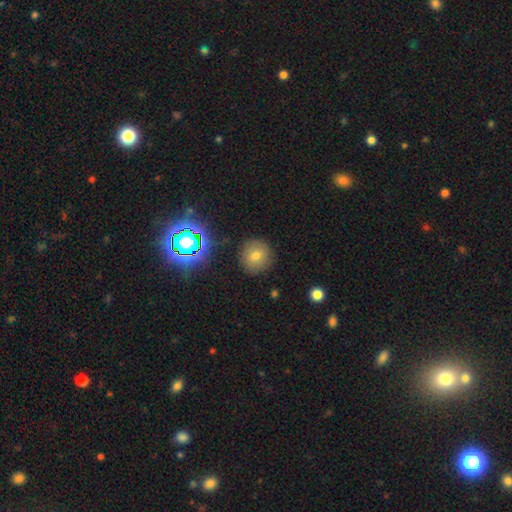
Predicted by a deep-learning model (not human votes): Smooth or featured? Predicted: smooth (p=0.72). How rounded? Predicted: round (p=0.90). Merging? Predicted: none (p=0.87).